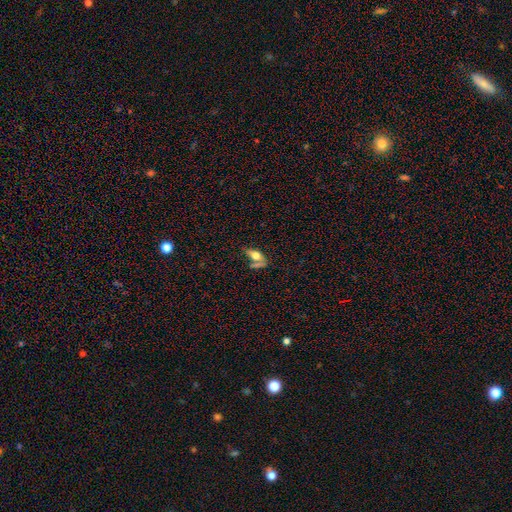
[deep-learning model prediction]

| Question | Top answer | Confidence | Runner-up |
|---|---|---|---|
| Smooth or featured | smooth | 62% | featured or disk (27%) |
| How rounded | in between | 78% | cigar-shaped (15%) |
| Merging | none | 44% | merger (25%) |